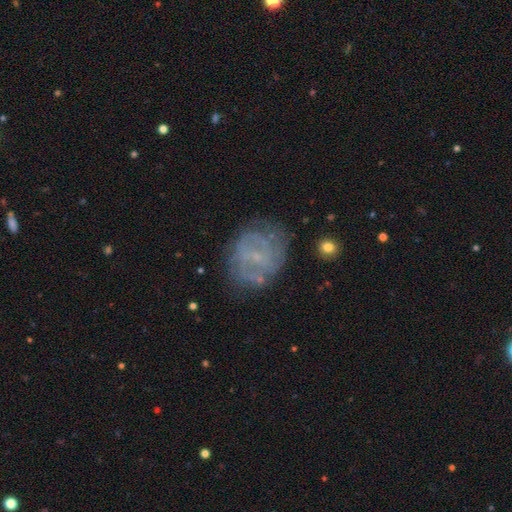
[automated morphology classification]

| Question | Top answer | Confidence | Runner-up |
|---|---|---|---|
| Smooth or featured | featured or disk | 68% | smooth (22%) |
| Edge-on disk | no | 97% | yes (3%) |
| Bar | no | 50% | weak (41%) |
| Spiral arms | yes | 72% | no (28%) |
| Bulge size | small | 73% | none (17%) |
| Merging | none | 68% | minor disturbance (20%) |